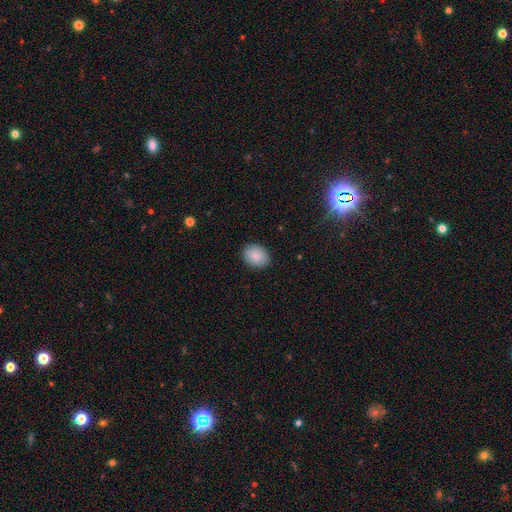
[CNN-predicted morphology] Smooth or featured: smooth — 88% (star or artifact — 7%)
How rounded: in between — 58% (round — 41%)
Merging: none — 88% (minor disturbance — 9%)